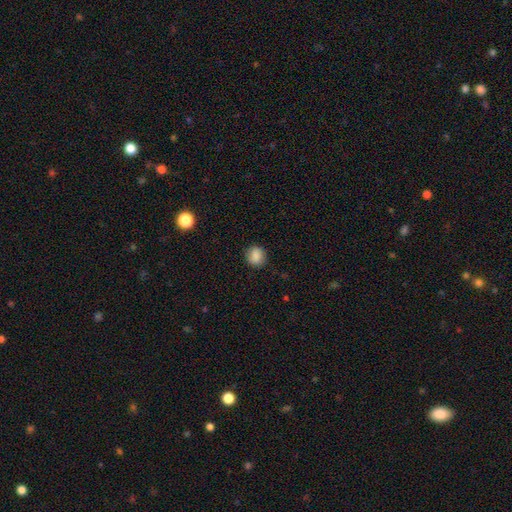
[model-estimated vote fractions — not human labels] smooth_or_featured: smooth (p=0.86) [alt: star or artifact p=0.09]
how_rounded: round (p=0.78) [alt: in between p=0.21]
merging: none (p=0.86) [alt: minor disturbance p=0.10]